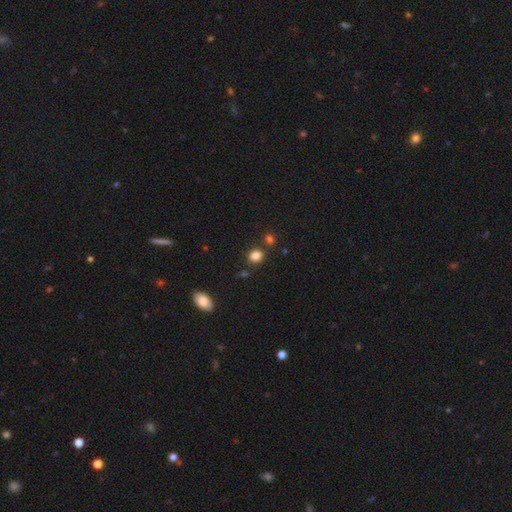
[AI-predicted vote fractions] Smooth or featured? smooth (83%)
How rounded? round (59%)
Merging? none (80%)